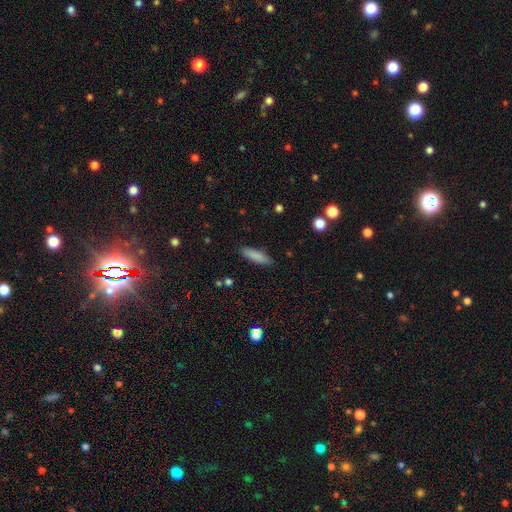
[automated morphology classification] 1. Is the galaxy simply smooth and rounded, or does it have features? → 86% smooth, 7% featured or disk, 7% star or artifact.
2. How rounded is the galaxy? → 59% cigar-shaped, 40% in between, 2% round.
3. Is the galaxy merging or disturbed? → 88% none, 9% minor disturbance, 2% major disturbance, 1% merger.